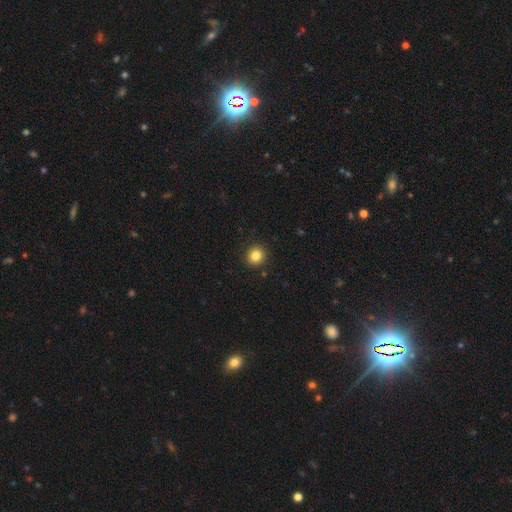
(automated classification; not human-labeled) Smooth or featured: smooth — 84% (star or artifact — 11%)
How rounded: round — 92% (in between — 7%)
Merging: none — 91% (minor disturbance — 6%)